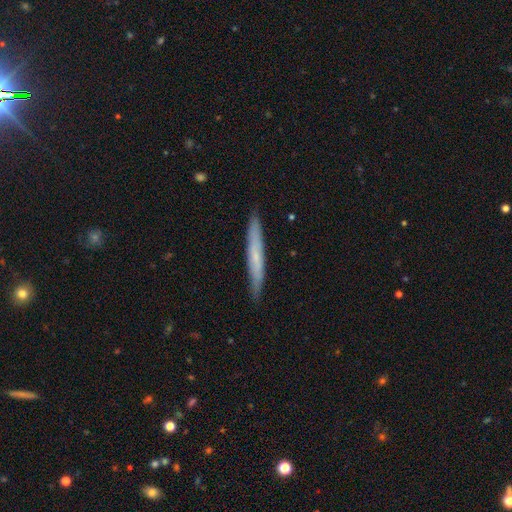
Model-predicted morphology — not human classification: A smooth galaxy with no disk features (52%) that is cigar-shaped (96%).

Vote fractions:
- Smooth or featured? smooth: 52% / featured or disk: 42% / star or artifact: 6%
- How rounded? cigar-shaped: 96% / in between: 3% / round: 1%
- Merging? none: 90% / minor disturbance: 8% / major disturbance: 1% / merger: 1%